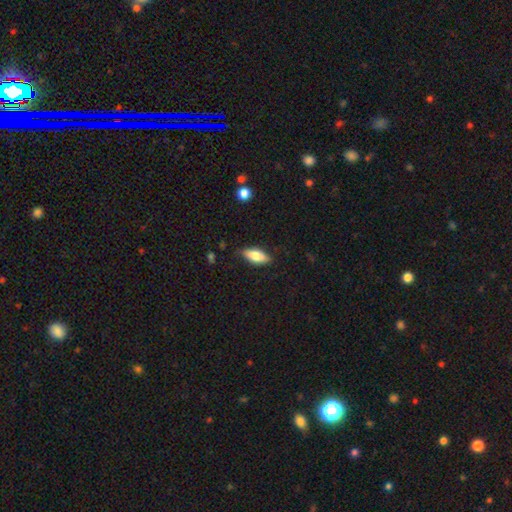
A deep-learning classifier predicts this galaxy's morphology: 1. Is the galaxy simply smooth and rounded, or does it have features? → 75% smooth, 19% featured or disk, 7% star or artifact.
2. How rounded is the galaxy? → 78% in between, 19% cigar-shaped, 3% round.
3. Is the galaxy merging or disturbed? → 82% none, 14% minor disturbance, 3% major disturbance, 1% merger.